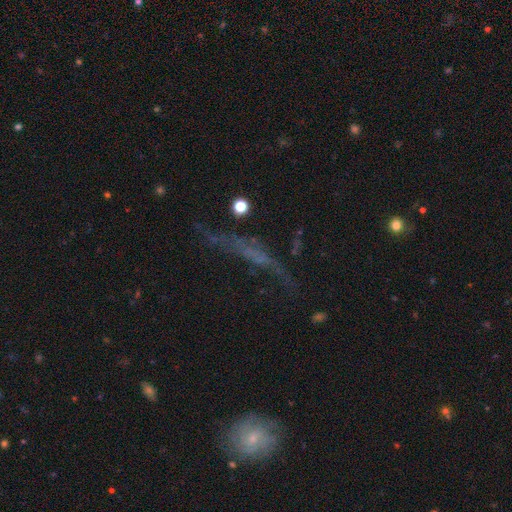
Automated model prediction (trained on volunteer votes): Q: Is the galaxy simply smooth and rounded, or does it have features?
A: featured or disk — 46%.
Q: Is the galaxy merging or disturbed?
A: none — 52%.